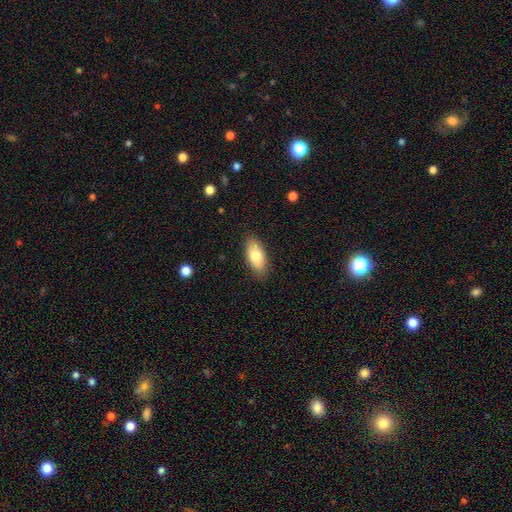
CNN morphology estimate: Overall: smooth (76%). How rounded: in between (87%). Merging: none (86%).